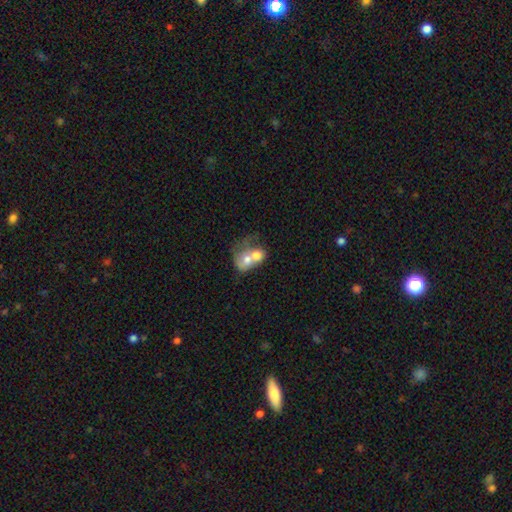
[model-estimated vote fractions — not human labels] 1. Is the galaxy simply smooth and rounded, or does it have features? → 58% smooth, 34% featured or disk, 8% star or artifact.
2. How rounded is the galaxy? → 53% in between, 46% round, 1% cigar-shaped.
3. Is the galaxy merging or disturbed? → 80% merger, 8% none, 8% major disturbance, 4% minor disturbance.